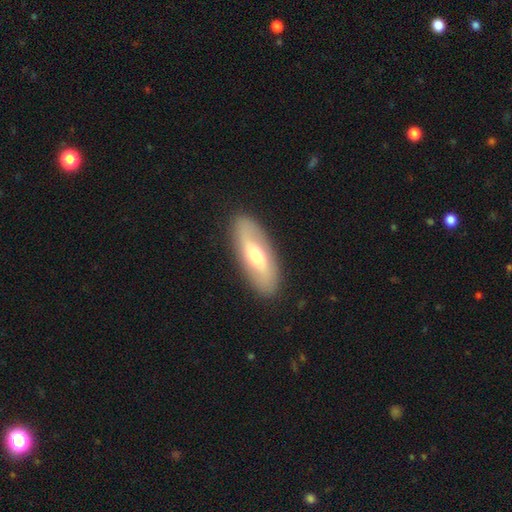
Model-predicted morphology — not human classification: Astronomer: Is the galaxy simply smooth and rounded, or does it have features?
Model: featured or disk — 55% (runner-up: smooth, 39%).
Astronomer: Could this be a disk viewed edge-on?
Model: no — 76%.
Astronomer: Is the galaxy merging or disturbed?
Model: none — 89%.